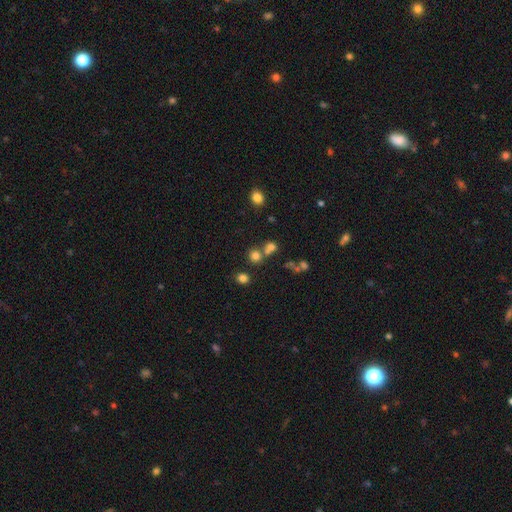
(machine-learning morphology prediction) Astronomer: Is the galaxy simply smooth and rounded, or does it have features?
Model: smooth — 74%.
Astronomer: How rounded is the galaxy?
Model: round — 86%.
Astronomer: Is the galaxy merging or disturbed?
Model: none — 62%.